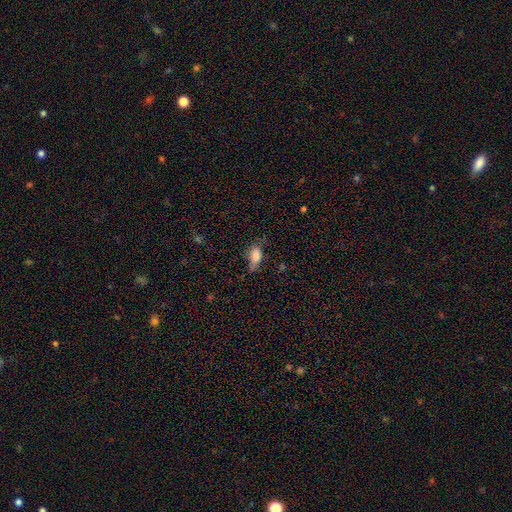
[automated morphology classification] The model was most divided on "merging": none: 44%, minor disturbance: 34%, major disturbance: 18%, merger: 4%. More confident: how rounded — in between (85%); smooth or featured — smooth (75%).